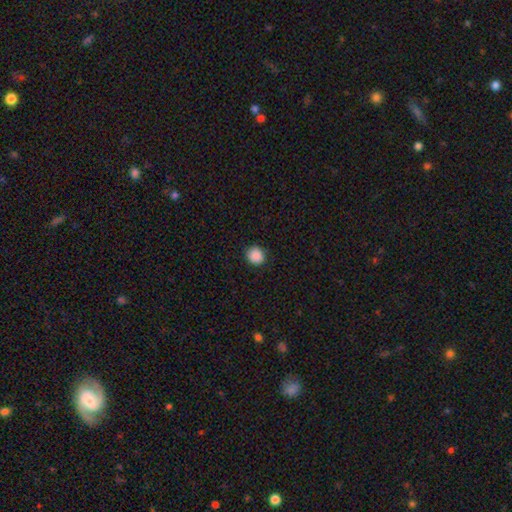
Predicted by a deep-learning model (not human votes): Smooth or featured? smooth (89%)
How rounded? round (86%)
Merging? none (90%)